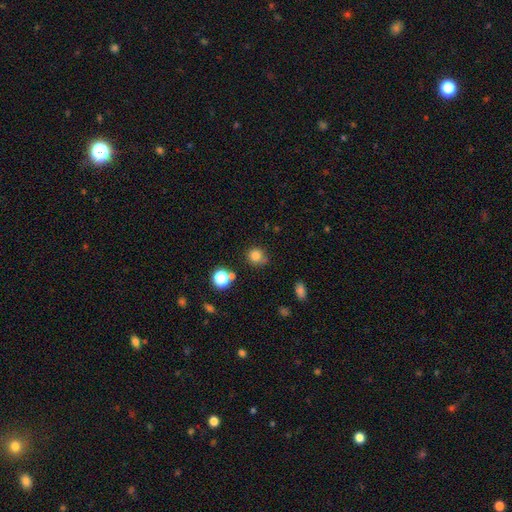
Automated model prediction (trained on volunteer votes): Q: Smooth or featured?
A: smooth (80%); runner-up: star or artifact (14%)
Q: How rounded?
A: round (88%); runner-up: in between (11%)
Q: Merging?
A: none (72%); runner-up: minor disturbance (16%)